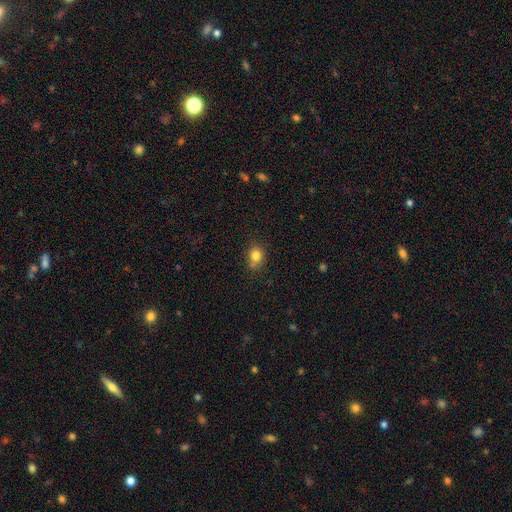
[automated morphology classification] This appears to be a smooth galaxy with no disk features (82%) that is round (62%). Merging: none (64%).